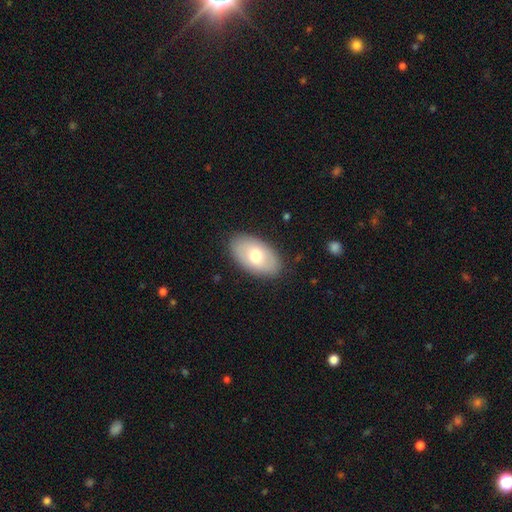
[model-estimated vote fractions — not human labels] This is likely a smooth galaxy (67%). How rounded: clearly in between (94%). Merging: clearly none (85%).